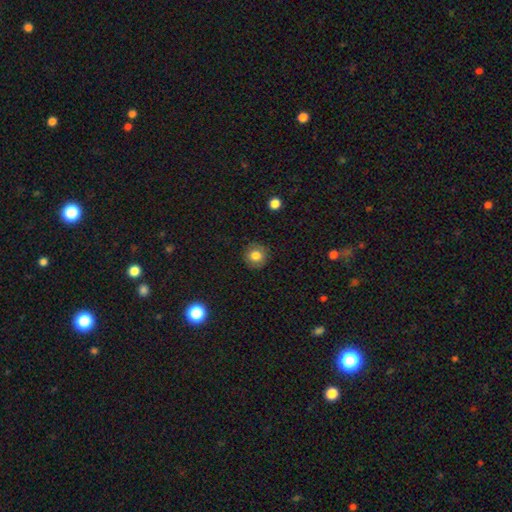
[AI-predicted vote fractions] This appears to be a smooth galaxy with no disk features (81%) that is round (93%). Merging: none (89%).